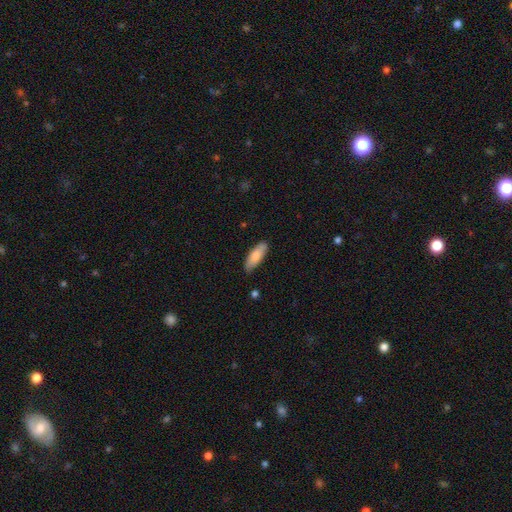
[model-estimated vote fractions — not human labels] Smooth or featured?
  - smooth: 81% *
  - featured or disk: 14%
  - star or artifact: 6%
How rounded?
  - in between: 64% *
  - cigar-shaped: 35%
  - round: 2%
Merging?
  - none: 81% *
  - minor disturbance: 15%
  - major disturbance: 2%
  - merger: 1%